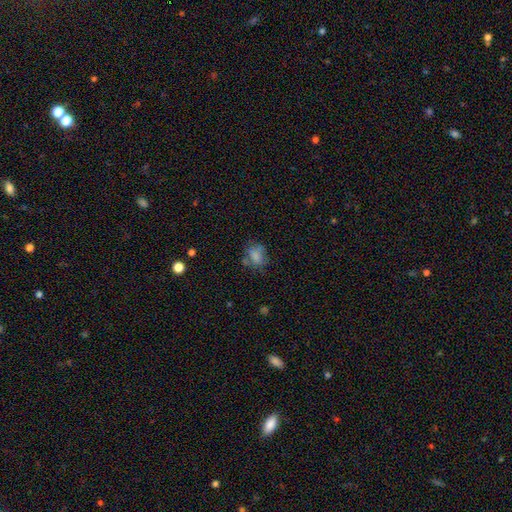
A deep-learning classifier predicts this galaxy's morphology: Overall: smooth (71%). How rounded: round (50%; in between 49%). Merging: none (54%; minor disturbance 25%).